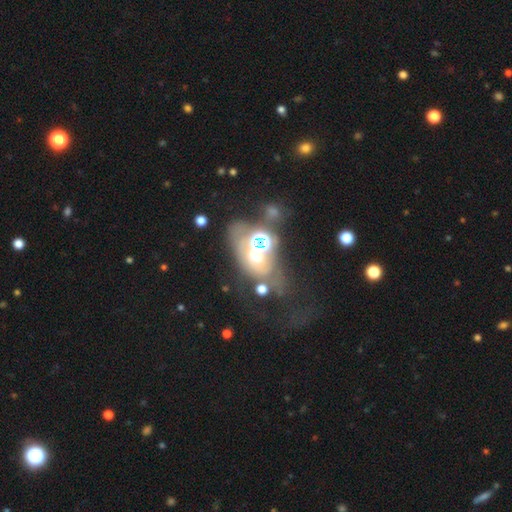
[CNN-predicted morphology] Smooth or featured: featured or disk — 38% (smooth — 35%)
Merging: merger — 33% (none — 28%)